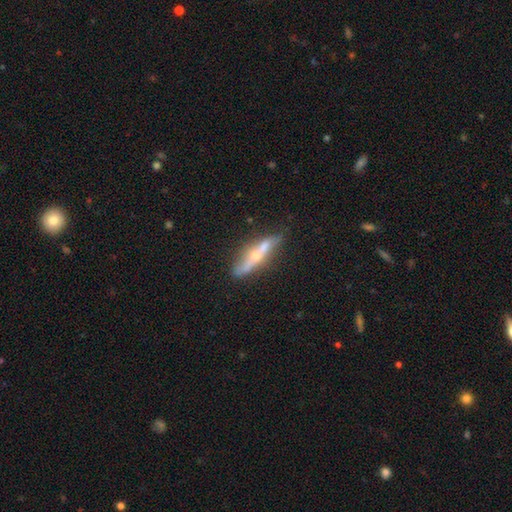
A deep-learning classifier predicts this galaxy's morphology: A featured or disk galaxy (72%) viewed edge-on (84%) with a rounded central bulge (89%). Merging: none (68%).